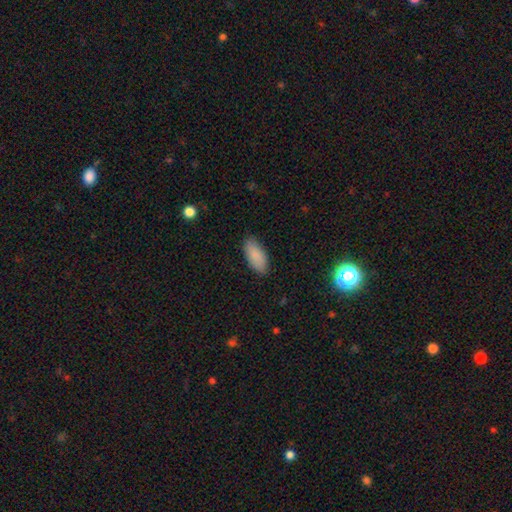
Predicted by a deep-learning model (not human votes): Smooth or featured? Predicted: smooth (p=0.88). How rounded? Predicted: in between (p=0.88). Merging? Predicted: none (p=0.87).